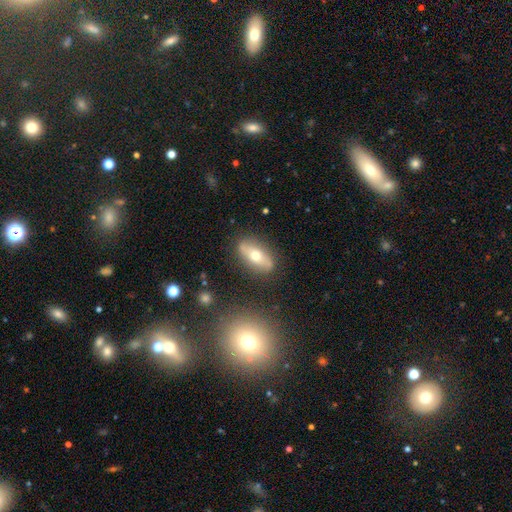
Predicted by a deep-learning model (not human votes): This is possibly a featured or disk galaxy (48%). Merging: clearly none (83%).